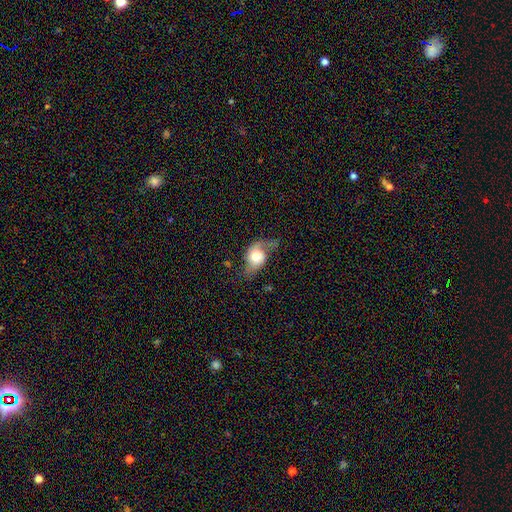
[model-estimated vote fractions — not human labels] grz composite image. It shows a featured or disk galaxy (52%). Merging: none (38%).